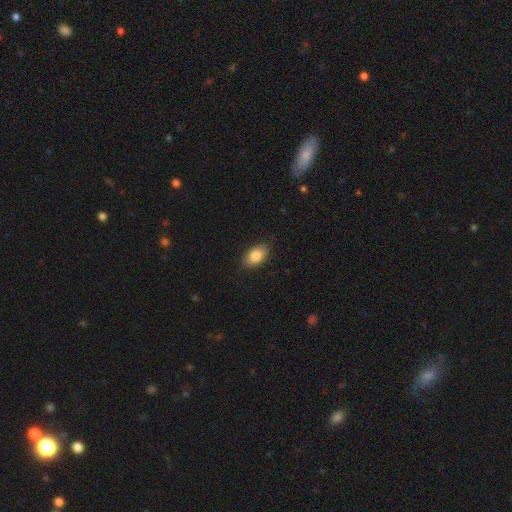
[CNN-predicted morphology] smooth-or-featured: smooth: 86% | star or artifact: 7% | featured or disk: 7%
  how-rounded: in between: 91% | round: 7% | cigar-shaped: 2%
  merging: none: 87% | minor disturbance: 10% | major disturbance: 2% | merger: 1%